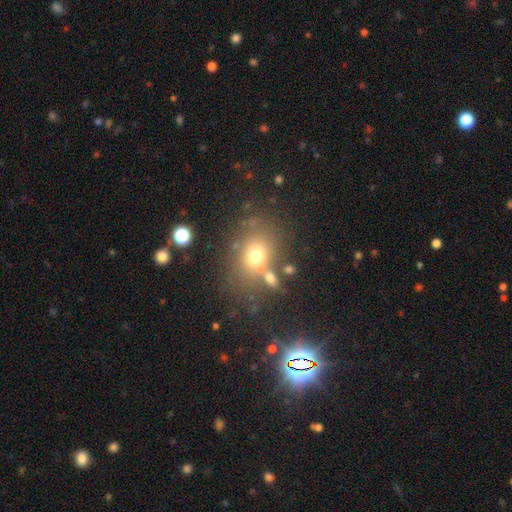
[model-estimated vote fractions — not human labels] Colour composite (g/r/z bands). It shows a smooth galaxy with no disk features (66%) that is round (51%). Merging: none (64%).